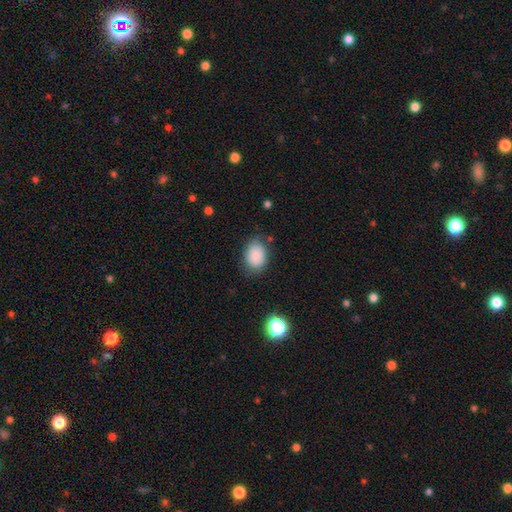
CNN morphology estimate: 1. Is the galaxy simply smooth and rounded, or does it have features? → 87% smooth, 8% star or artifact, 5% featured or disk.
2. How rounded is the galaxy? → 72% in between, 27% round, 1% cigar-shaped.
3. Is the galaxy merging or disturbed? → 72% none, 20% minor disturbance, 6% major disturbance, 2% merger.